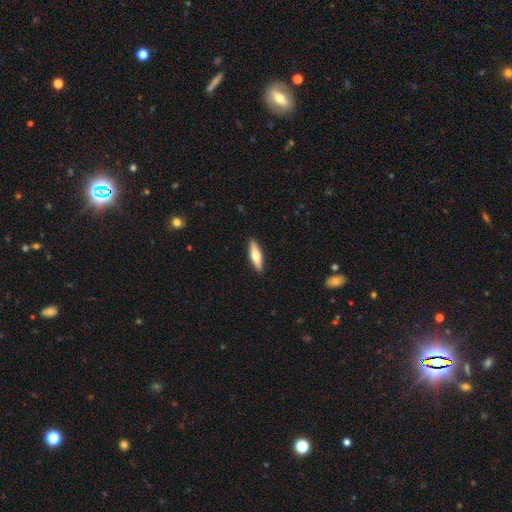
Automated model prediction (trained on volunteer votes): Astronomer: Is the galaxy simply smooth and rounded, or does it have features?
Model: smooth — 52% (runner-up: featured or disk, 43%).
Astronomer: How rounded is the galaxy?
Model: cigar-shaped — 67%.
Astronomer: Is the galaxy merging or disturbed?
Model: none — 90%.